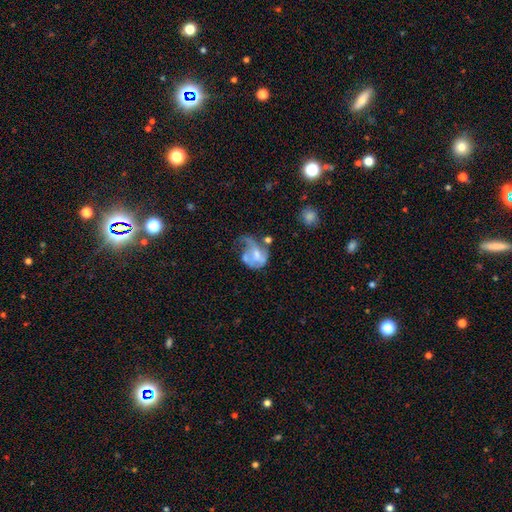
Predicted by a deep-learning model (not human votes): smooth_or_featured: featured or disk (p=0.62) [alt: smooth p=0.29]
disk_edge_on: no (p=0.98) [alt: yes p=0.02]
bar: no (p=0.60) [alt: weak p=0.33]
has_spiral_arms: yes (p=0.60) [alt: no p=0.40]
bulge_size: moderate (p=0.45) [alt: small p=0.31]
merging: major disturbance (p=0.45) [alt: none p=0.20]